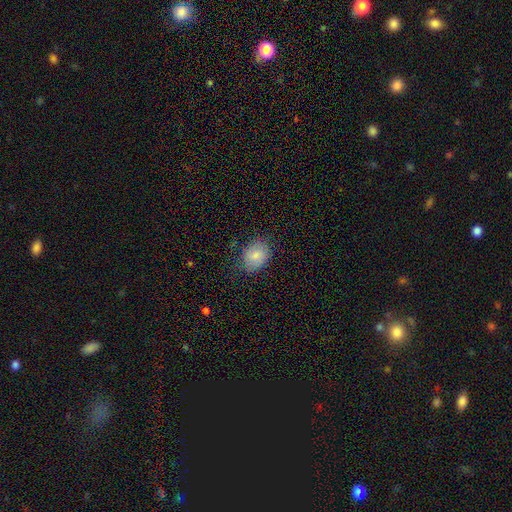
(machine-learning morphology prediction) The model was most divided on "how rounded": in between: 62%, round: 37%, cigar-shaped: 1%. More confident: smooth or featured — smooth (82%); merging — none (73%).